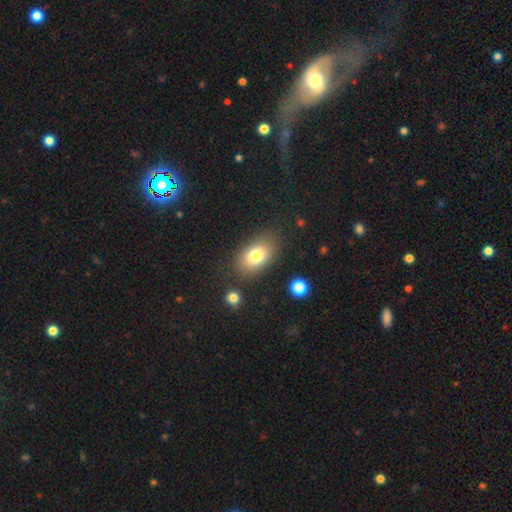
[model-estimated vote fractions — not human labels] Smooth or featured? Predicted: smooth (p=0.78). How rounded? Predicted: in between (p=0.86). Merging? Predicted: none (p=0.81).